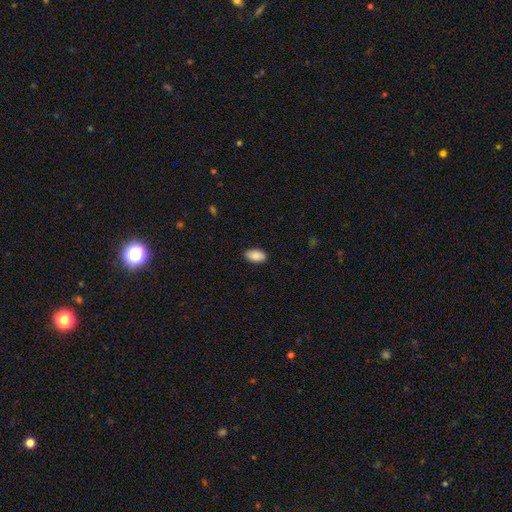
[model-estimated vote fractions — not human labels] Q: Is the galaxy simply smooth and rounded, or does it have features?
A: smooth — 90%.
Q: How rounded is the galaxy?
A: in between — 95%.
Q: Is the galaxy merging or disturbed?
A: none — 88%.